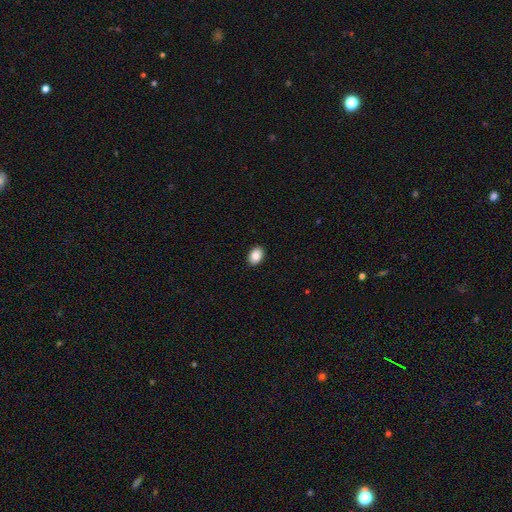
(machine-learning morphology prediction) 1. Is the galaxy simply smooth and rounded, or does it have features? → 87% smooth, 7% star or artifact, 5% featured or disk.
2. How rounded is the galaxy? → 82% in between, 17% round, 1% cigar-shaped.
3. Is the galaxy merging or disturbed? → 91% none, 7% minor disturbance, 2% major disturbance, 1% merger.